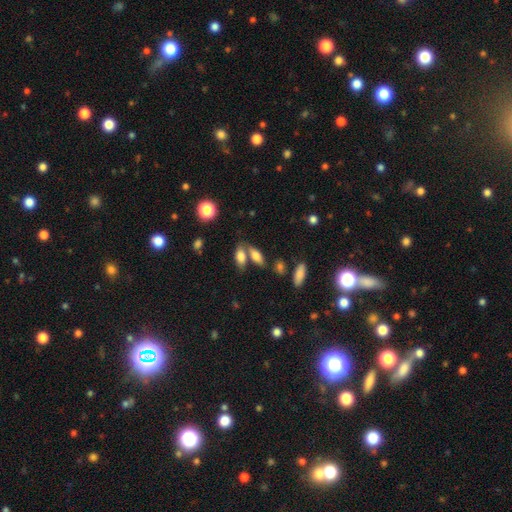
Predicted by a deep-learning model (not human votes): Smooth or featured? smooth (77%)
How rounded? in between (77%)
Merging? none (53%)